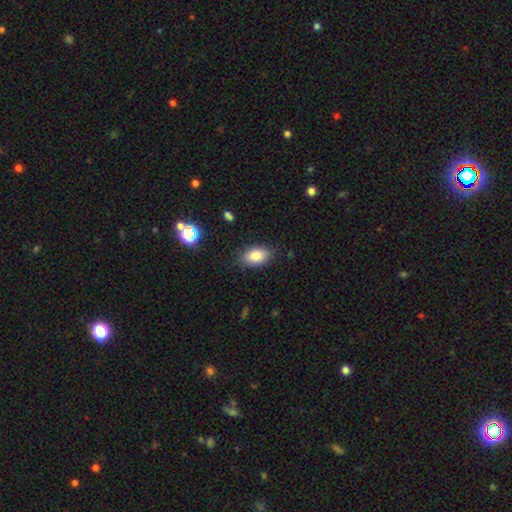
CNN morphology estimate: Smooth or featured?
  - smooth: 84% *
  - star or artifact: 9%
  - featured or disk: 7%
How rounded?
  - in between: 90% *
  - round: 8%
  - cigar-shaped: 2%
Merging?
  - none: 85% *
  - minor disturbance: 11%
  - major disturbance: 3%
  - merger: 1%